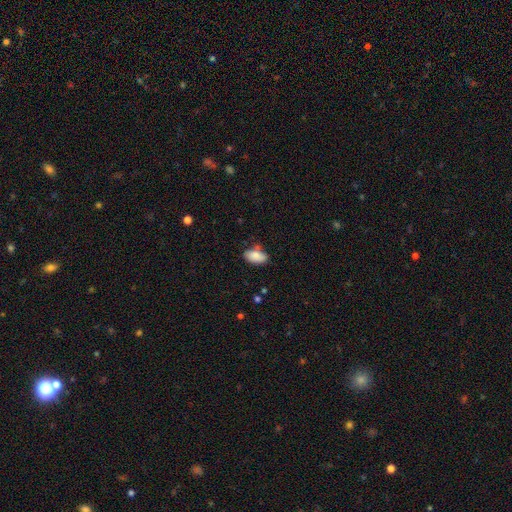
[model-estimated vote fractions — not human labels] smooth-or-featured: smooth: 84% | featured or disk: 8% | star or artifact: 7%
  how-rounded: in between: 93% | round: 4% | cigar-shaped: 3%
  merging: none: 69% | minor disturbance: 21% | merger: 6% | major disturbance: 4%